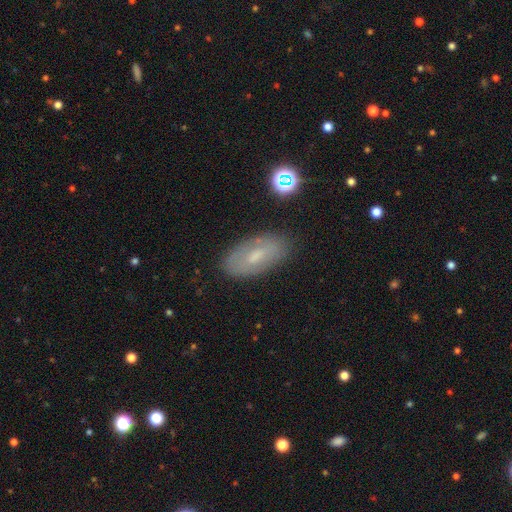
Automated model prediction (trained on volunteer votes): A smooth galaxy with no disk features (51%) that is in between round and cigar-shaped (89%).

Vote fractions:
- Smooth or featured? smooth: 51% / featured or disk: 39% / star or artifact: 10%
- How rounded? in between: 89% / cigar-shaped: 7% / round: 4%
- Merging? none: 80% / minor disturbance: 15% / major disturbance: 4% / merger: 2%